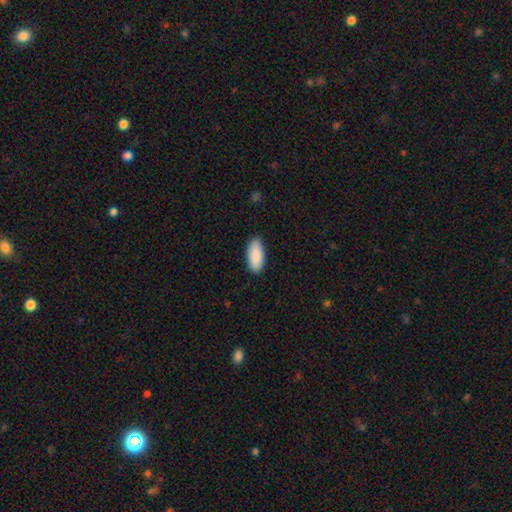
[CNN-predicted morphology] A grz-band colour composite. It shows a smooth galaxy with no disk features (90%) that is in between round and cigar-shaped (88%). Merging: none (88%).